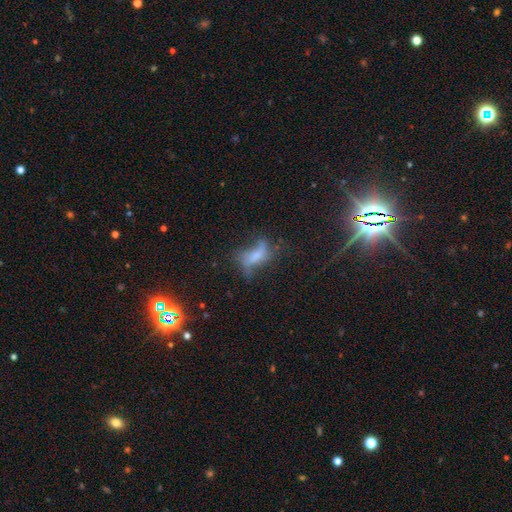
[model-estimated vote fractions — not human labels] A featured or disk galaxy (41%, tied with smooth).

Vote fractions:
- Smooth or featured? featured or disk: 41% (tied) / smooth: 41% (tied) / star or artifact: 18%
- Merging? major disturbance: 38% / none: 33% / minor disturbance: 22% / merger: 7%